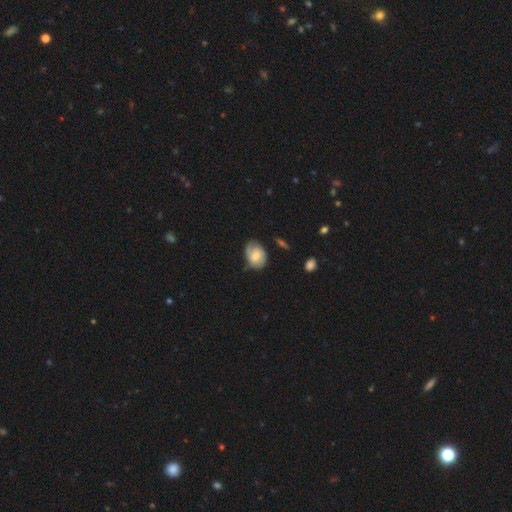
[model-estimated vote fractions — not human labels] smooth 51%, featured or disk 42%, star or artifact 7%. Down the decision tree: how rounded — in between (68%); merging — none (64%).